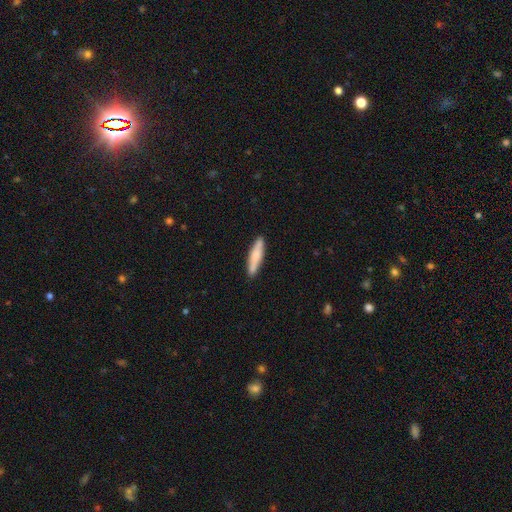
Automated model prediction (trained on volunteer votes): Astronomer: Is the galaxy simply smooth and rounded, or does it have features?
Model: smooth — 72%.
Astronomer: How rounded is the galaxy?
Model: cigar-shaped — 84%.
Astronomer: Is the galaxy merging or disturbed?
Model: none — 86%.